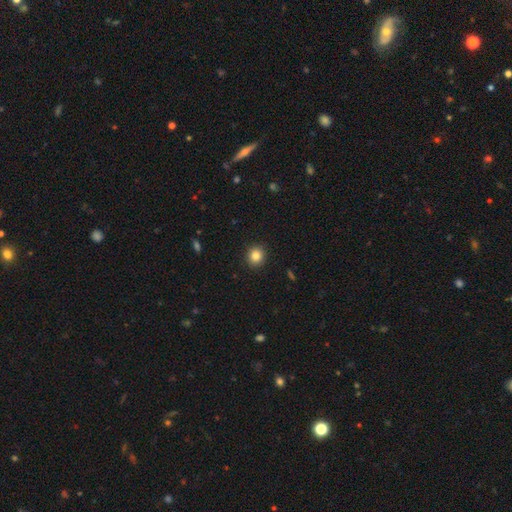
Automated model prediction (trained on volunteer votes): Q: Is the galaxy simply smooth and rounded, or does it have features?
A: smooth — 85%.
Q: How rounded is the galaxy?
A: round — 87%.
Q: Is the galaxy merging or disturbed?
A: none — 92%.